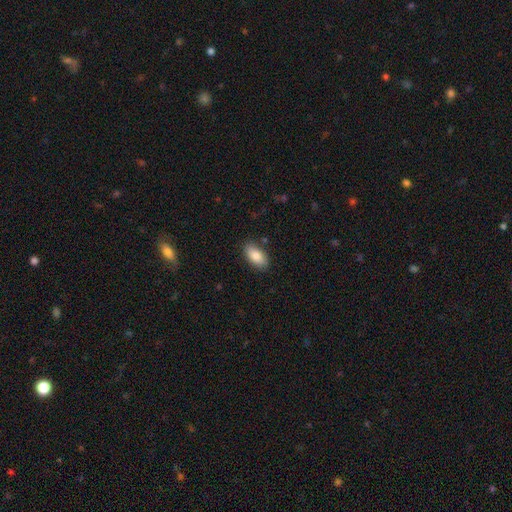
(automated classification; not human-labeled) This appears to be a smooth galaxy with no disk features (86%) that is in between round and cigar-shaped (93%). Merging: none (84%).